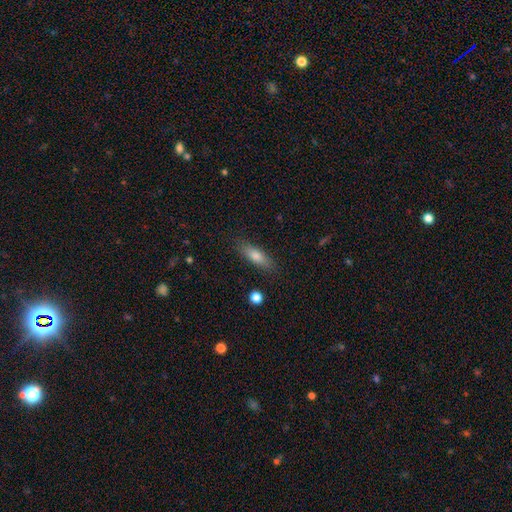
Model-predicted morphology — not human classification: A smooth galaxy with no disk features (72%) that is cigar-shaped (51%). Merging: none (85%).